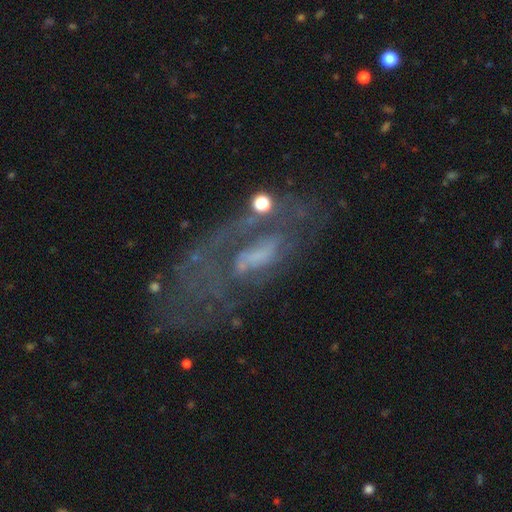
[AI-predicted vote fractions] A featured or disk galaxy (73%) with no bar (50%), spiral arms (64%) and no central bulge (31%, tied with small).

Vote fractions:
- Smooth or featured? featured or disk: 73% / smooth: 15% / star or artifact: 12%
- Edge-on disk? no: 92% / yes: 8%
- Bar? no: 50% / weak: 37% / strong: 14%
- Spiral arms? yes: 64% / no: 36%
- Bulge size? none: 31% (tied) / small: 31% (tied) / moderate: 30% / large: 6% / dominant: 2%
- Merging? none: 43% / major disturbance: 33% / minor disturbance: 18% / merger: 6%